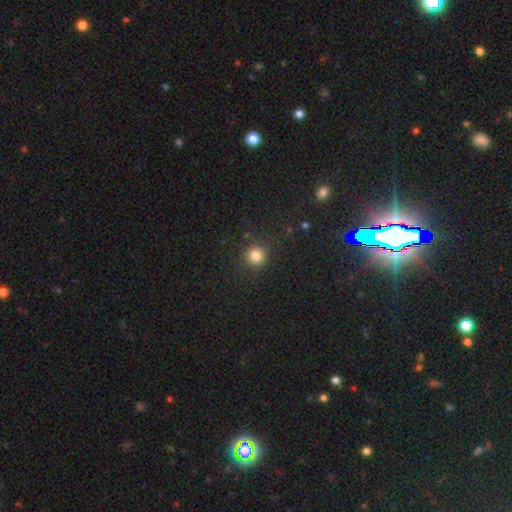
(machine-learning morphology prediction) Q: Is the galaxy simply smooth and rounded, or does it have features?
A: smooth — 82%.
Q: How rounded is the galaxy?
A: round — 92%.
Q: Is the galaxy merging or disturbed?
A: none — 88%.